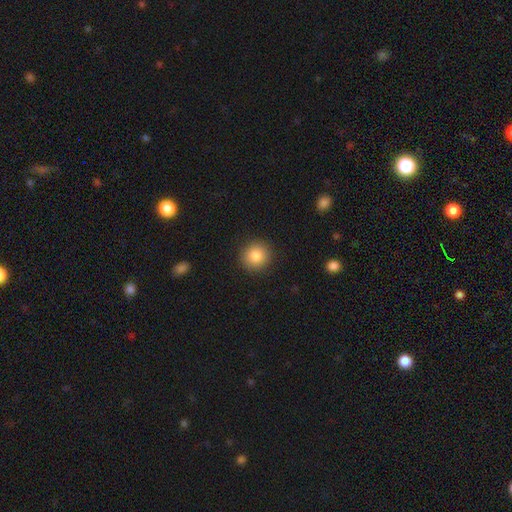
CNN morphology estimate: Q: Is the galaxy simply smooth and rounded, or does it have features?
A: smooth — 84%.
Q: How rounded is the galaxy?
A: round — 92%.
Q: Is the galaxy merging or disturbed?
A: none — 91%.